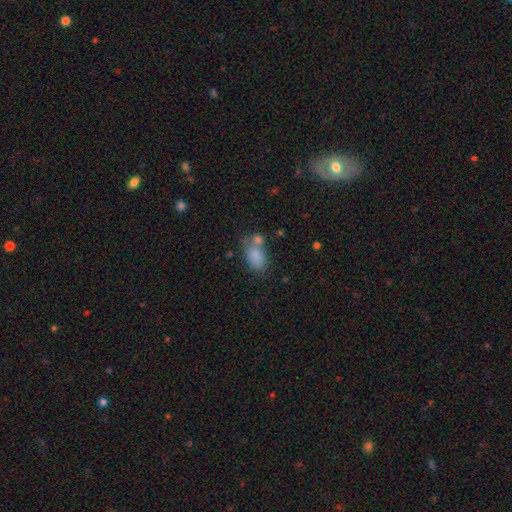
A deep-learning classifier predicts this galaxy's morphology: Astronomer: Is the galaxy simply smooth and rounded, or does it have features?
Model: smooth — 82%.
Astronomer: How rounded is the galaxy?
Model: in between — 87%.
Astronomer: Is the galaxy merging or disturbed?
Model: none — 44% (runner-up: merger, 30%).